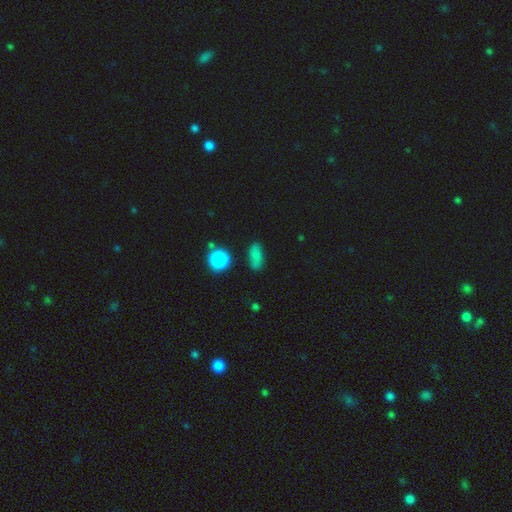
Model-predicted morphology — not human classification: This is likely a smooth galaxy (75%). How rounded: likely in between (75%). Merging: likely none (73%).